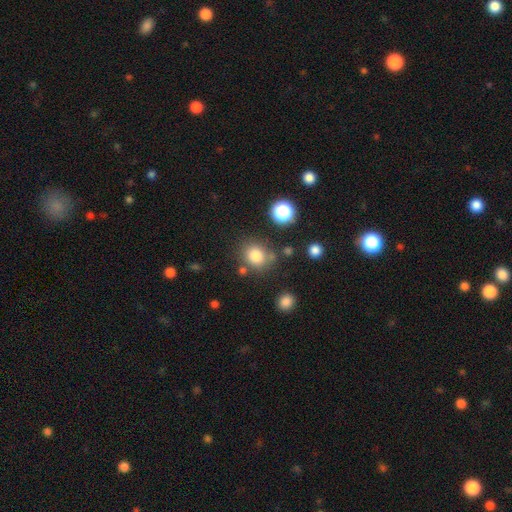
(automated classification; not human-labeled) Overall: smooth (80%). How rounded: round (74%). Merging: none (73%).